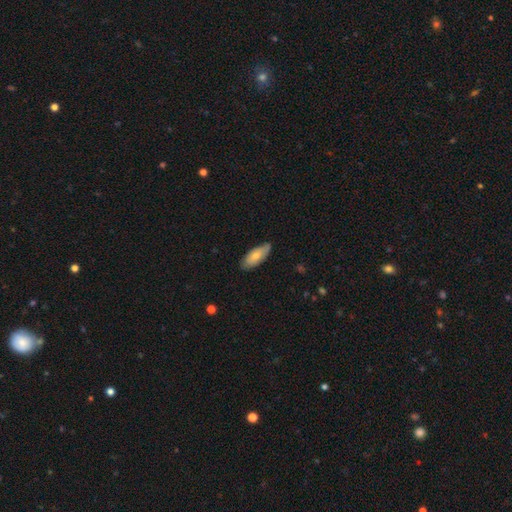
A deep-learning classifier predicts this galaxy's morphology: smooth 72%, featured or disk 22%, star or artifact 6%. Down the decision tree: how rounded — in between (81%); merging — none (77%).